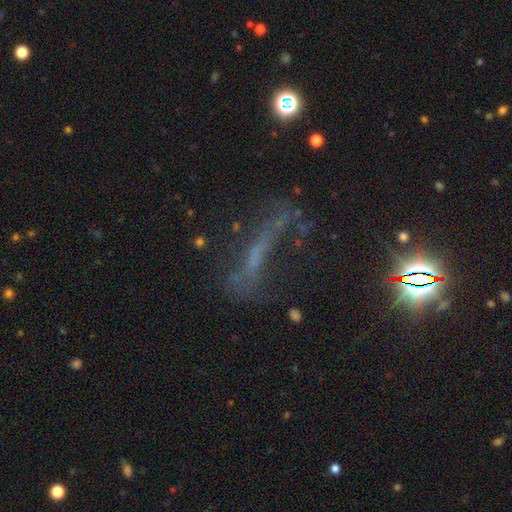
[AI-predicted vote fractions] featured or disk 47%, star or artifact 31%, smooth 22%. Down the decision tree: merging — none (42%).